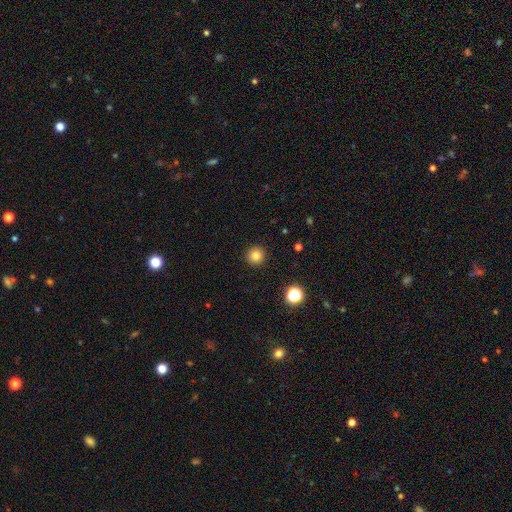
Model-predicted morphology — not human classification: Smooth or featured: smooth — 82% (star or artifact — 13%)
How rounded: round — 95% (in between — 4%)
Merging: none — 93% (minor disturbance — 4%)